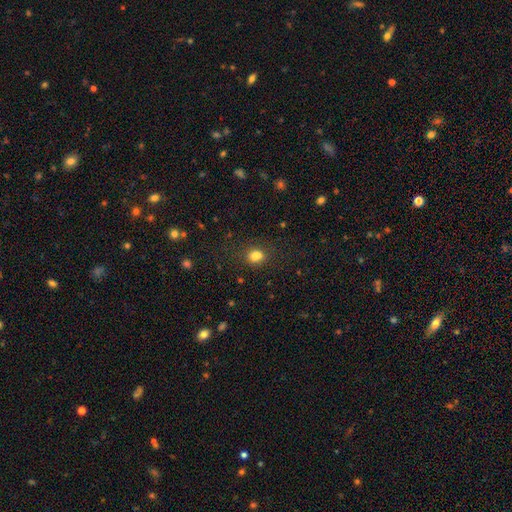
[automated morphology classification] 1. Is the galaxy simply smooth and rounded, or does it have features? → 76% smooth, 15% star or artifact, 8% featured or disk.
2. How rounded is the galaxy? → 54% round, 45% in between, 1% cigar-shaped.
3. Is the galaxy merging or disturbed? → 56% none, 26% merger, 13% minor disturbance, 5% major disturbance.